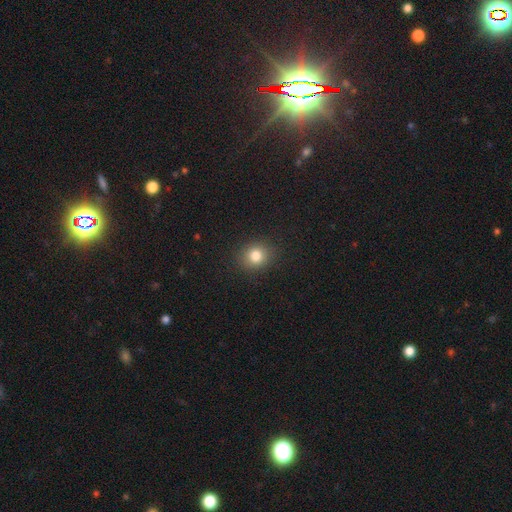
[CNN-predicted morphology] Overall: smooth (80%). How rounded: round (75%). Merging: none (89%).